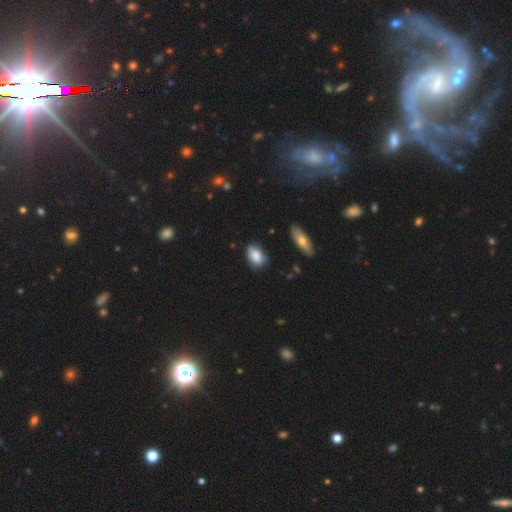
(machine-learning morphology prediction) smooth 81%, featured or disk 12%, star or artifact 7%. Down the decision tree: how rounded — in between (87%); merging — none (65%).